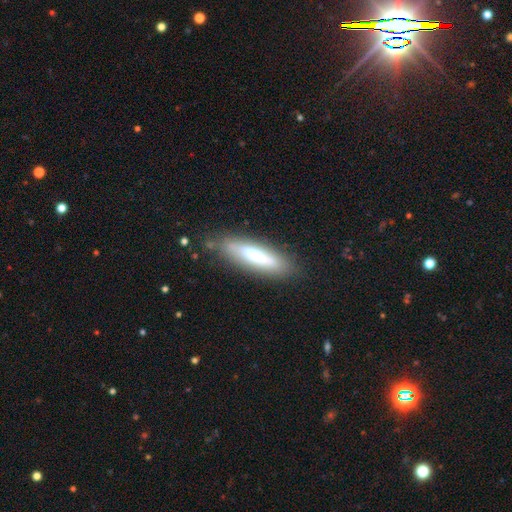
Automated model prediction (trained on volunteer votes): Smooth or featured? smooth (60%)
How rounded? cigar-shaped (67%)
Merging? none (80%)